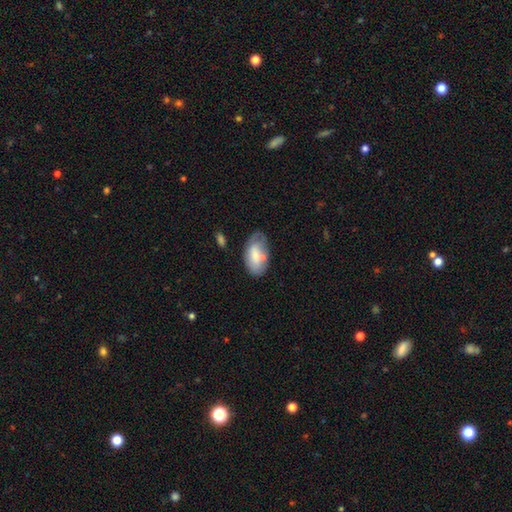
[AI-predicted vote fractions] Morphology: type=smooth (69%); roundness=in between (94%); merging=none (54%).